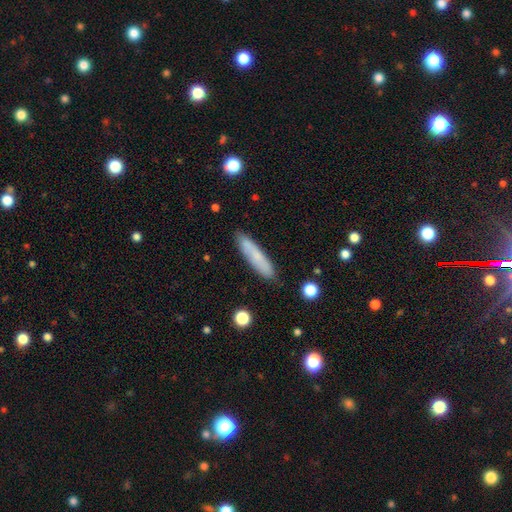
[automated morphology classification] Smooth or featured? smooth (70%)
How rounded? cigar-shaped (83%)
Merging? none (85%)